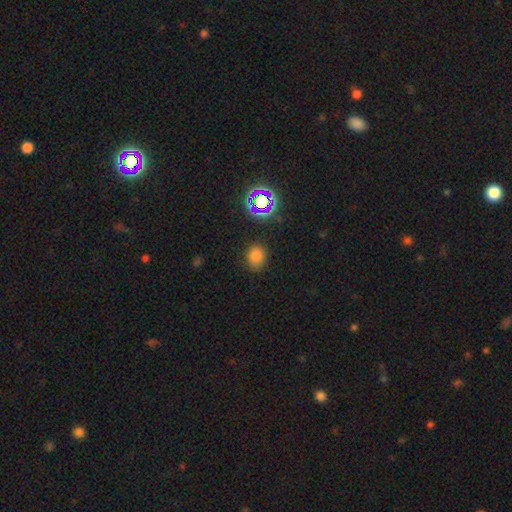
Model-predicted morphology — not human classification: Smooth or featured? smooth (75%)
How rounded? round (58%)
Merging? none (81%)